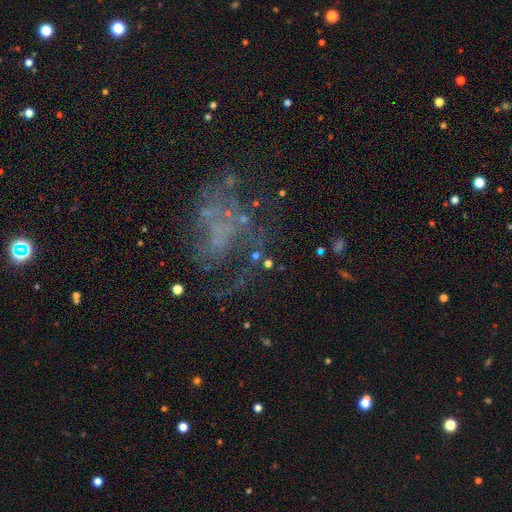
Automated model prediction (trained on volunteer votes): A featured or disk galaxy (46%). Merging: none (44%).